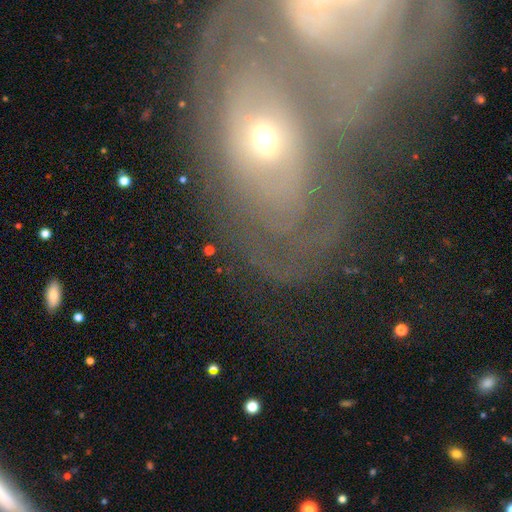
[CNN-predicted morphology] The model was most divided on "bulge size": moderate: 51%, small: 40%, large: 5%, dominant: 2%, none: 2%. More confident: edge-on disk — no (92%); bar — no (67%); spiral arms — yes (66%); smooth or featured — featured or disk (64%); merging — none (54%).